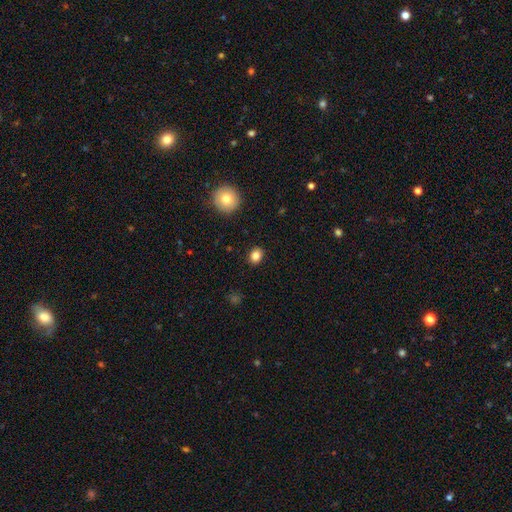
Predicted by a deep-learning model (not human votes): This appears to be a smooth galaxy with no disk features (84%) that is round (53%). Merging: none (89%).